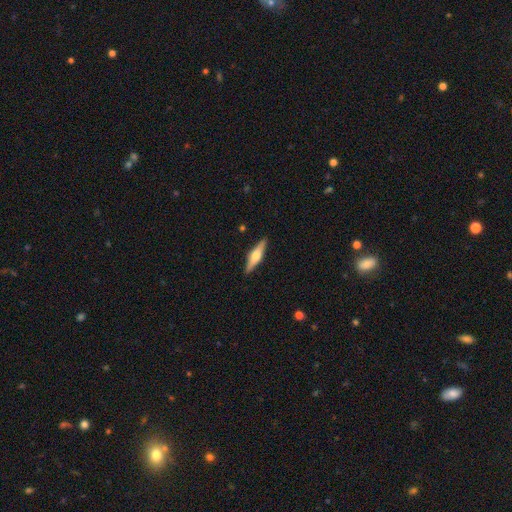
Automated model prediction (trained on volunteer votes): featured or disk 66%, smooth 29%, star or artifact 5%. Down the decision tree: edge-on disk — yes (97%); edge-on bulge — rounded (92%); merging — none (90%).